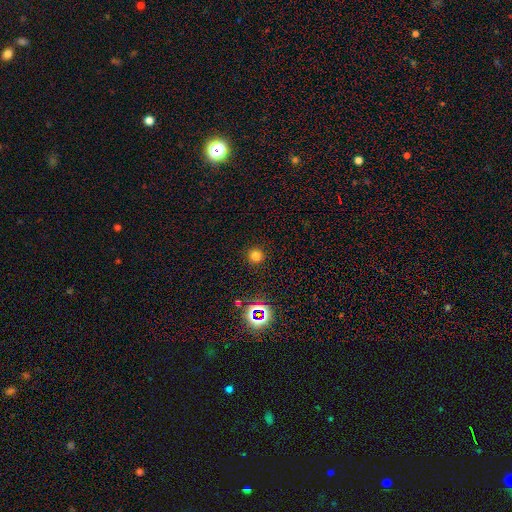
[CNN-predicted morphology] smooth-or-featured: smooth: 74% | star or artifact: 21% | featured or disk: 5%
  how-rounded: round: 95% | in between: 4% | cigar-shaped: 1%
  merging: none: 91% | minor disturbance: 5% | major disturbance: 2% | merger: 1%